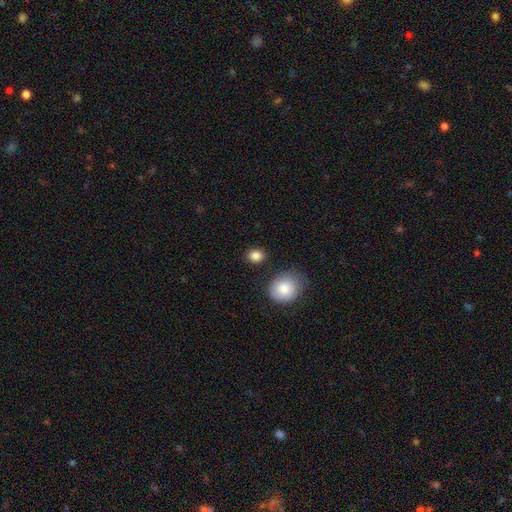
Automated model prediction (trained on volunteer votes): smooth 86%, star or artifact 9%, featured or disk 4%. Down the decision tree: how rounded — round (52%); merging — none (83%).